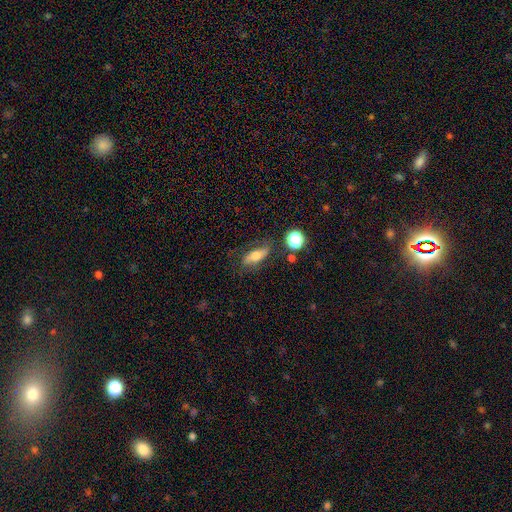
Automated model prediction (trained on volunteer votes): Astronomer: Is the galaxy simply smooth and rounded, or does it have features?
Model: smooth — 59%.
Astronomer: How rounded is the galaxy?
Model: in between — 65%.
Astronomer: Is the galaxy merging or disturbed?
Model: none — 67%.